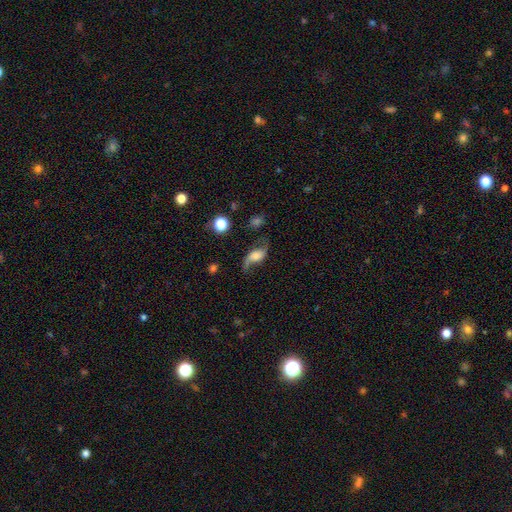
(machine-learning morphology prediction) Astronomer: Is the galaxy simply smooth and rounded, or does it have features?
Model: featured or disk — 75%.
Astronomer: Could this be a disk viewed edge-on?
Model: no — 95%.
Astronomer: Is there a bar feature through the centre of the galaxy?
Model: no — 56% (runner-up: weak, 32%).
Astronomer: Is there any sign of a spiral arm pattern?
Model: yes — 94%.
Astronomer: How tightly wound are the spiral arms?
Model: loose — 84%.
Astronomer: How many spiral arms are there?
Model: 2 — 90%.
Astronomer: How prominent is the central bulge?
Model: moderate — 34% (runner-up: small, 27%).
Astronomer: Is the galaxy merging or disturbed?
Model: none — 64%.